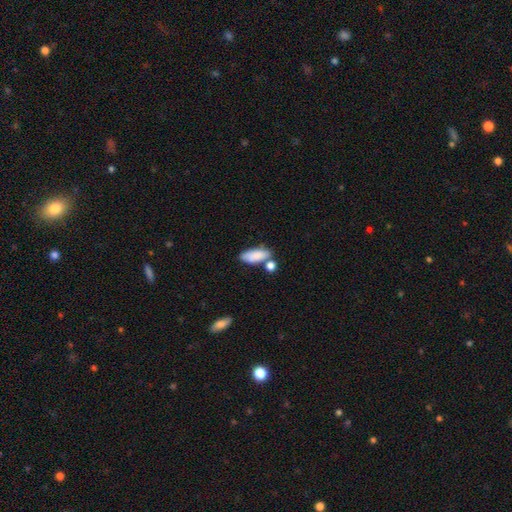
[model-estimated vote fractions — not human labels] This appears to be a smooth galaxy with no disk features (83%) that is in between round and cigar-shaped (83%). Merging: none (53%).